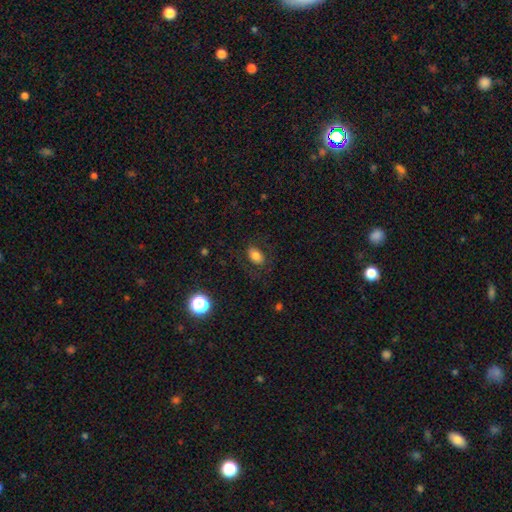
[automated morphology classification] This appears to be a smooth galaxy with no disk features (75%) that is in between round and cigar-shaped (84%). Merging: none (77%).